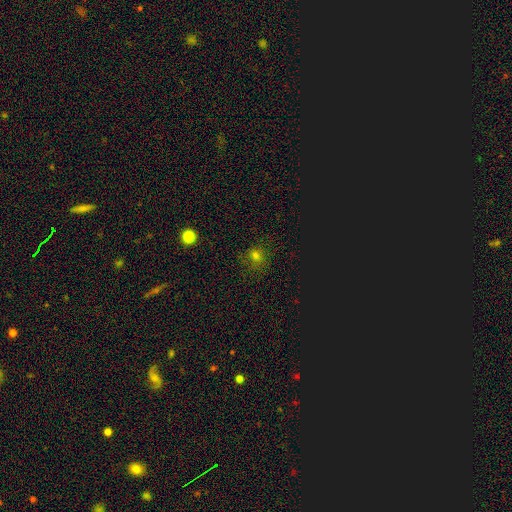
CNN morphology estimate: This is likely a smooth galaxy (68%). How rounded: likely round (79%). Merging: likely none (77%).